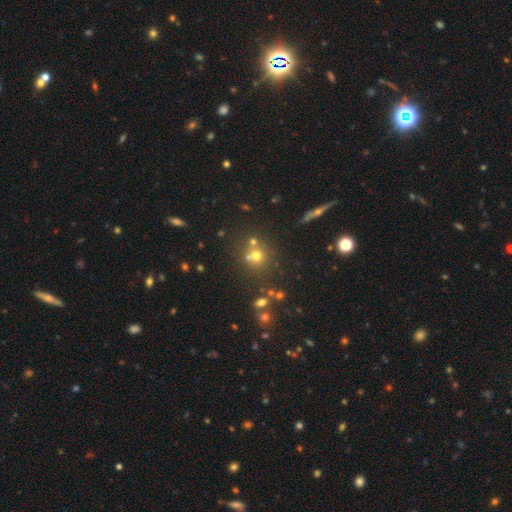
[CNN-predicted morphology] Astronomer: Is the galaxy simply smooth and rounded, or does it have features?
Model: smooth — 63%.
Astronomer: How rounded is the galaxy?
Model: round — 87%.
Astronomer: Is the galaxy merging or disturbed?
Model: none — 60%.